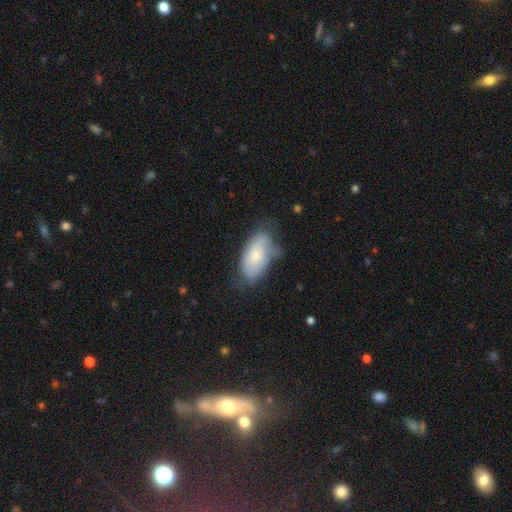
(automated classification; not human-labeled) Smooth or featured?
  - smooth: 63% *
  - featured or disk: 30%
  - star or artifact: 7%
How rounded?
  - in between: 93% *
  - round: 3%
  - cigar-shaped: 3%
Merging?
  - none: 53% *
  - minor disturbance: 33%
  - major disturbance: 11%
  - merger: 3%